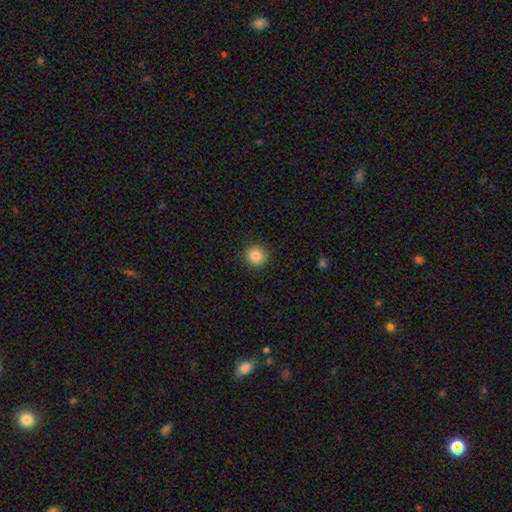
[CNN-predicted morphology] Q: Smooth or featured?
A: smooth (84%); runner-up: star or artifact (10%)
Q: How rounded?
A: round (92%); runner-up: in between (7%)
Q: Merging?
A: none (91%); runner-up: minor disturbance (6%)